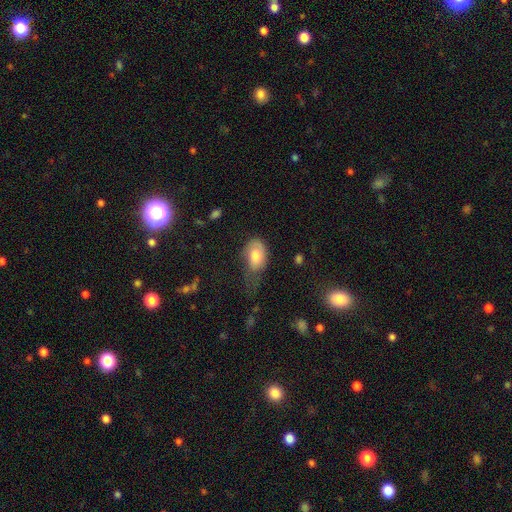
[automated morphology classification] Overall: smooth (75%). How rounded: in between (86%). Merging: minor disturbance (36%; major disturbance 34%).